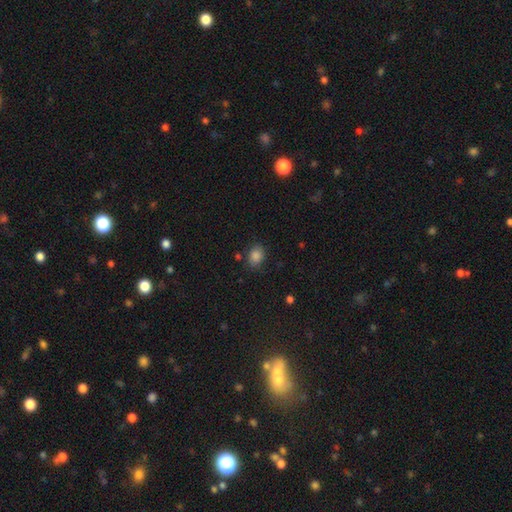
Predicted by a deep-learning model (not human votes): smooth 85%, star or artifact 10%, featured or disk 5%. Down the decision tree: how rounded — in between (59%); merging — none (77%).